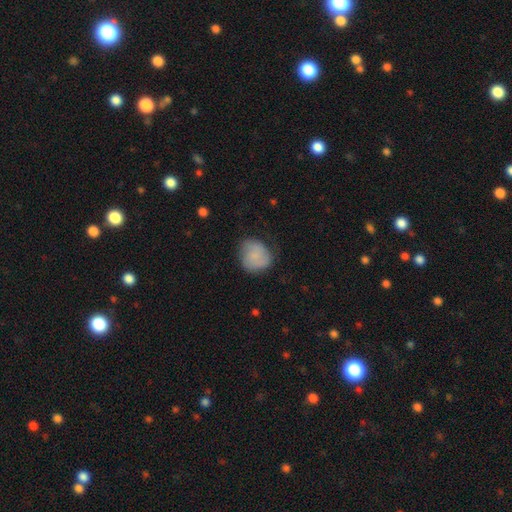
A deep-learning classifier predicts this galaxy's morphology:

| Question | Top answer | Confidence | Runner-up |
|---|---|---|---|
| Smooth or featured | smooth | 74% | featured or disk (19%) |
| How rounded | round | 75% | in between (24%) |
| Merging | none | 59% | minor disturbance (30%) |